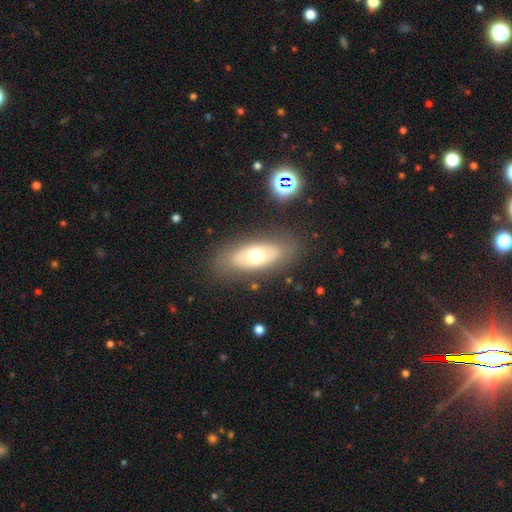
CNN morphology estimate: Q: Smooth or featured?
A: smooth (53%); runner-up: featured or disk (38%)
Q: How rounded?
A: in between (83%); runner-up: cigar-shaped (11%)
Q: Merging?
A: none (81%); runner-up: minor disturbance (12%)